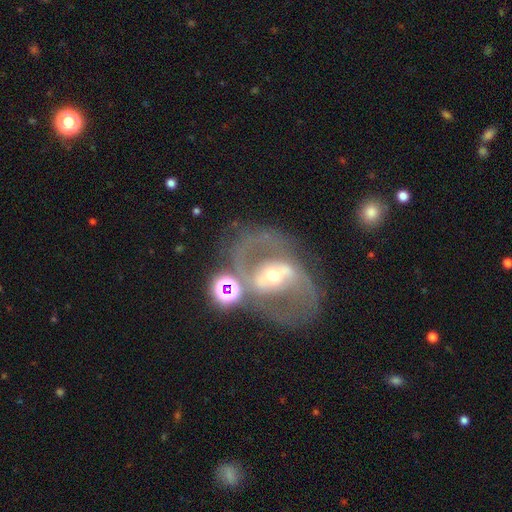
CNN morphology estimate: Smooth or featured? Predicted: featured or disk (p=0.84). Edge-on disk? Predicted: no (p=0.97). Bar? Predicted: strong (p=0.39). Spiral arms? Predicted: yes (p=0.86). Spiral winding? Predicted: medium (p=0.51). Spiral arm count? Predicted: 2 (p=0.81). Bulge size? Predicted: small (p=0.50). Merging? Predicted: none (p=0.53).